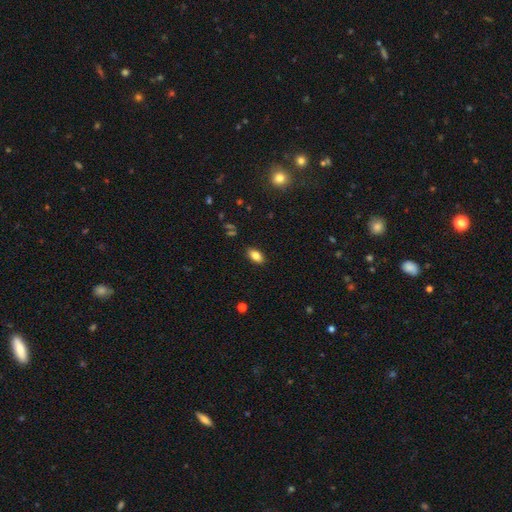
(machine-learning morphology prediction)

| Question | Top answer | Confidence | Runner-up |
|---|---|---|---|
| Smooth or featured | smooth | 82% | star or artifact (9%) |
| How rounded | in between | 90% | round (7%) |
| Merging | none | 87% | minor disturbance (9%) |